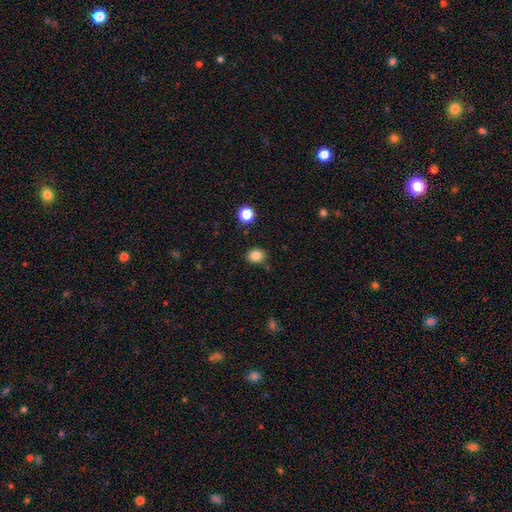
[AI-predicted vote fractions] Smooth or featured? Predicted: smooth (p=0.83). How rounded? Predicted: round (p=0.72). Merging? Predicted: none (p=0.84).